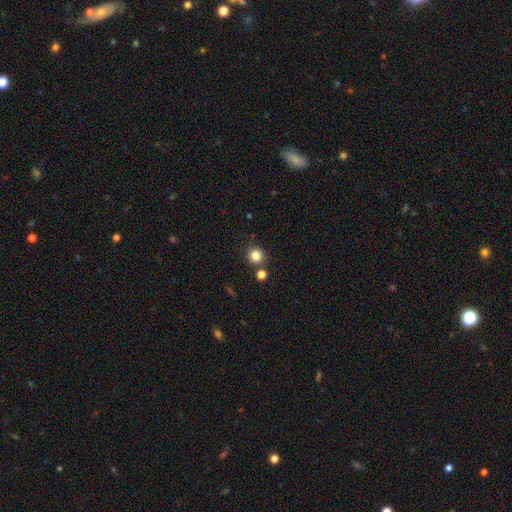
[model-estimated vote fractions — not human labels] Q: Smooth or featured?
A: smooth (83%); runner-up: star or artifact (12%)
Q: How rounded?
A: round (92%); runner-up: in between (7%)
Q: Merging?
A: none (81%); runner-up: merger (9%)